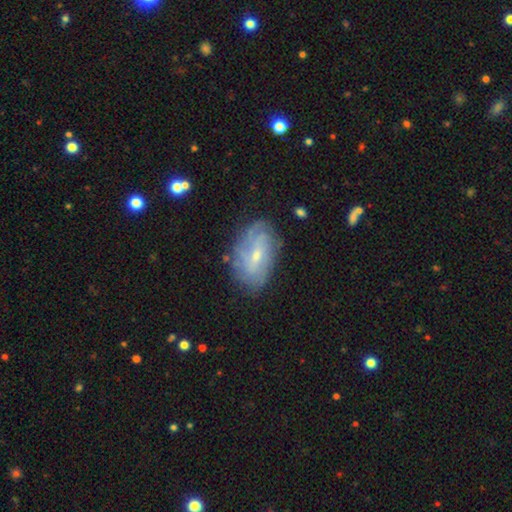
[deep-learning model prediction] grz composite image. It shows a featured or disk galaxy (70%) with a weak bar (49%), tight (55%) spiral arms (82%) and a small central bulge (67%). Merging: none (73%).